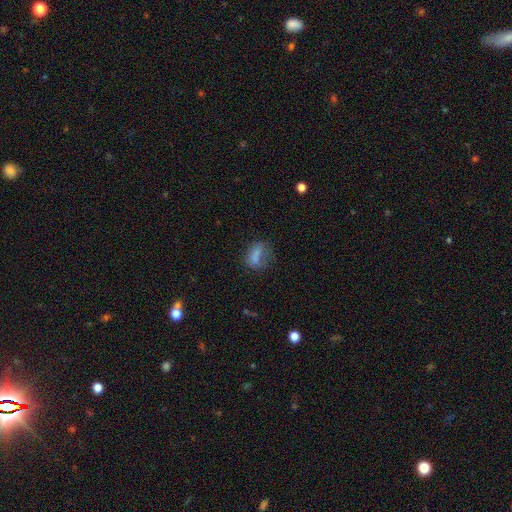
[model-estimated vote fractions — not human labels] A smooth galaxy with no disk features (75%) that is in between round and cigar-shaped (74%).

Vote fractions:
- Smooth or featured? smooth: 75% / featured or disk: 14% / star or artifact: 11%
- How rounded? in between: 74% / round: 16% / cigar-shaped: 9%
- Merging? none: 51% / minor disturbance: 26% / major disturbance: 19% / merger: 4%